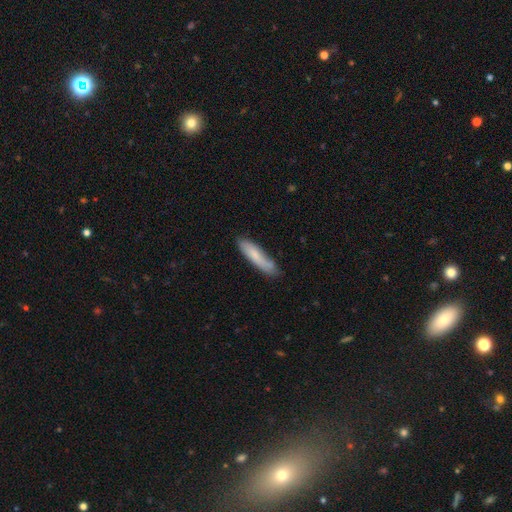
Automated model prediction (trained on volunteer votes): This appears to be a smooth galaxy with no disk features (75%) that is cigar-shaped (78%). Merging: none (68%).